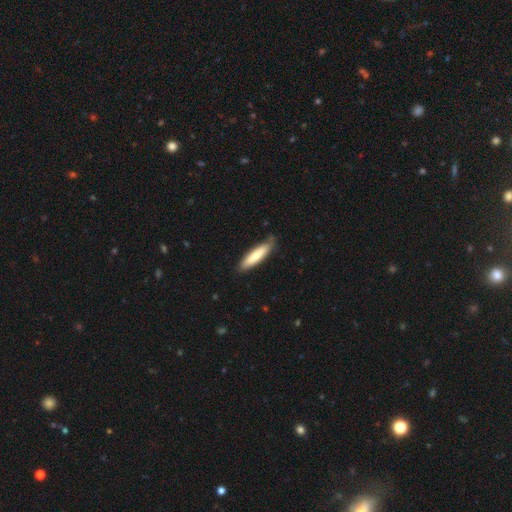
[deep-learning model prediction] A smooth galaxy with no disk features (72%) that is cigar-shaped (74%).

Vote fractions:
- Smooth or featured? smooth: 72% / featured or disk: 23% / star or artifact: 5%
- How rounded? cigar-shaped: 74% / in between: 25% / round: 1%
- Merging? none: 79% / minor disturbance: 17% / major disturbance: 3% / merger: 1%